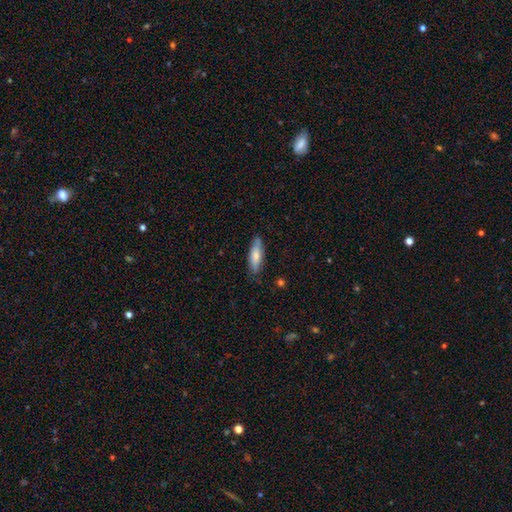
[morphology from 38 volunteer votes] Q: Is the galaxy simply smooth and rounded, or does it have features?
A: smooth — 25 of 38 (66%).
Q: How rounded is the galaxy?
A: cigar-shaped — 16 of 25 (64%).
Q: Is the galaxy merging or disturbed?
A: none — 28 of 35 (80%).